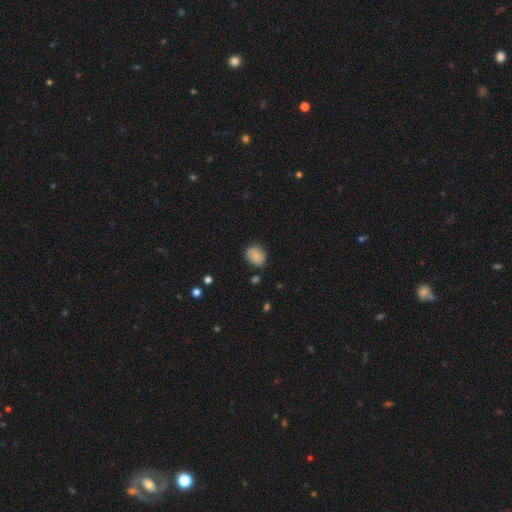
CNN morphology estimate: Q: Smooth or featured?
A: smooth (76%); runner-up: featured or disk (16%)
Q: How rounded?
A: round (61%); runner-up: in between (38%)
Q: Merging?
A: none (75%); runner-up: minor disturbance (19%)